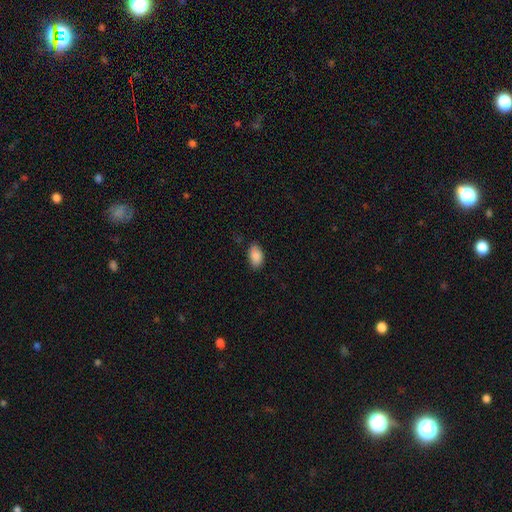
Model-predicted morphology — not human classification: A smooth galaxy with no disk features (87%) that is in between round and cigar-shaped (91%). Merging: none (76%).